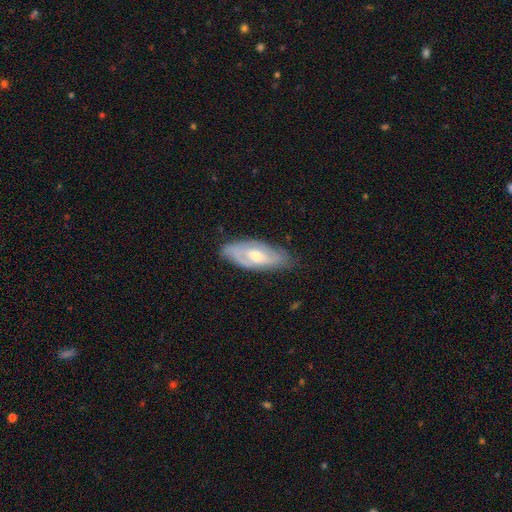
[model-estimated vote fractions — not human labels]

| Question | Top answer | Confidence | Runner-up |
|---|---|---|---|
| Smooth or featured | featured or disk | 66% | smooth (29%) |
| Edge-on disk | no | 84% | yes (16%) |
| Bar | no | 51% | weak (39%) |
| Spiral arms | yes | 76% | no (24%) |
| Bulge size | moderate | 66% | small (27%) |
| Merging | none | 74% | minor disturbance (21%) |